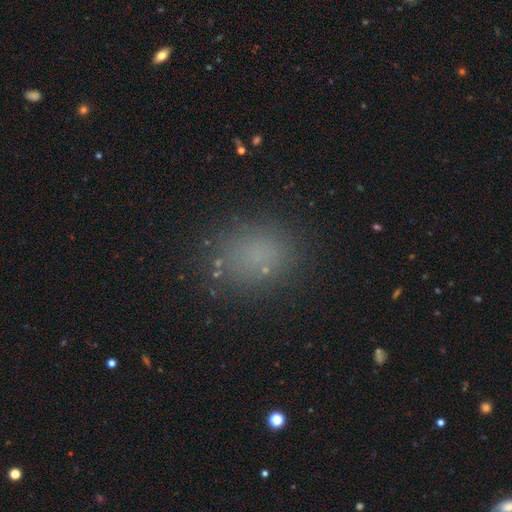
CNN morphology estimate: Smooth or featured? smooth (73%)
How rounded? round (52%)
Merging? none (81%)